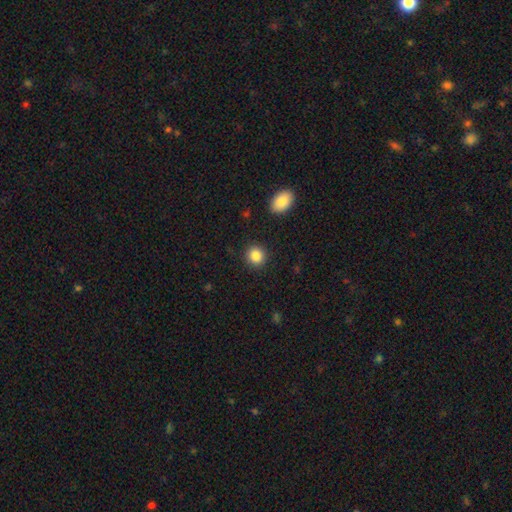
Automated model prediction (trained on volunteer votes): Smooth or featured?
  - smooth: 87% *
  - star or artifact: 9%
  - featured or disk: 4%
How rounded?
  - round: 85% *
  - in between: 14%
  - cigar-shaped: 1%
Merging?
  - none: 90% *
  - minor disturbance: 6%
  - major disturbance: 2%
  - merger: 1%